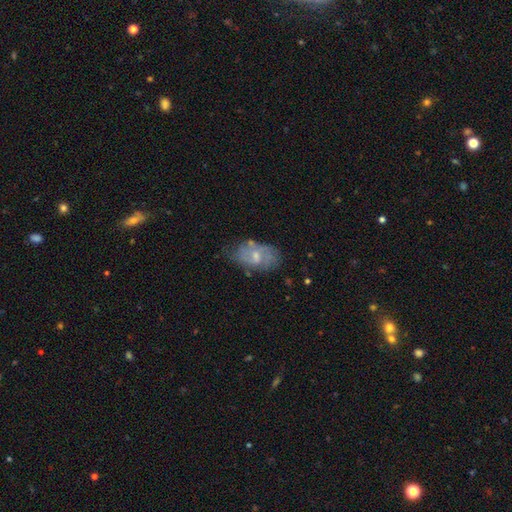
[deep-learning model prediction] Smooth or featured? Predicted: featured or disk (p=0.51). Edge-on disk? Predicted: no (p=0.94). Merging? Predicted: none (p=0.58).